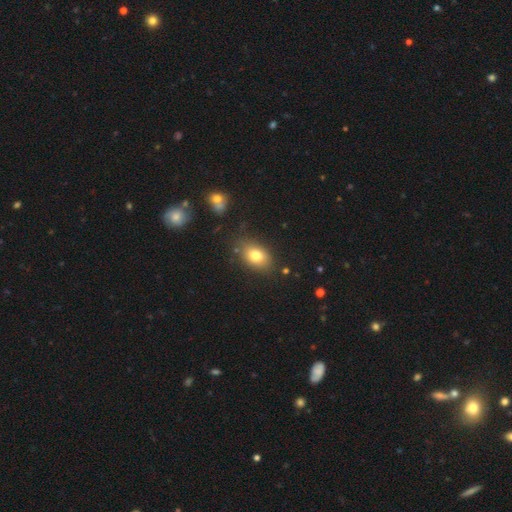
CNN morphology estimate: smooth_or_featured: smooth (p=0.78) [alt: featured or disk p=0.12]
how_rounded: in between (p=0.76) [alt: round p=0.22]
merging: none (p=0.80) [alt: minor disturbance p=0.13]